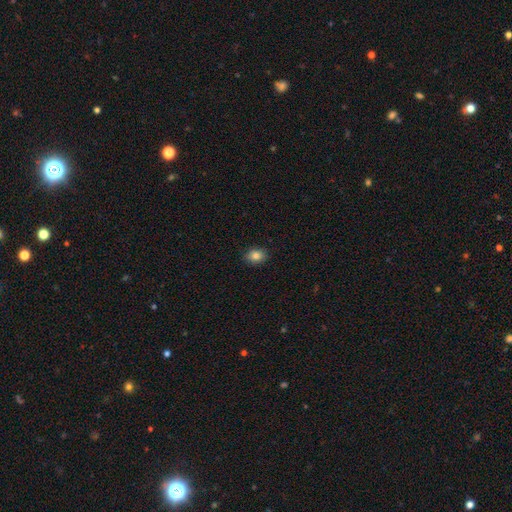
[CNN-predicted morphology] Smooth or featured? Predicted: smooth (p=0.83). How rounded? Predicted: in between (p=0.61). Merging? Predicted: none (p=0.88).